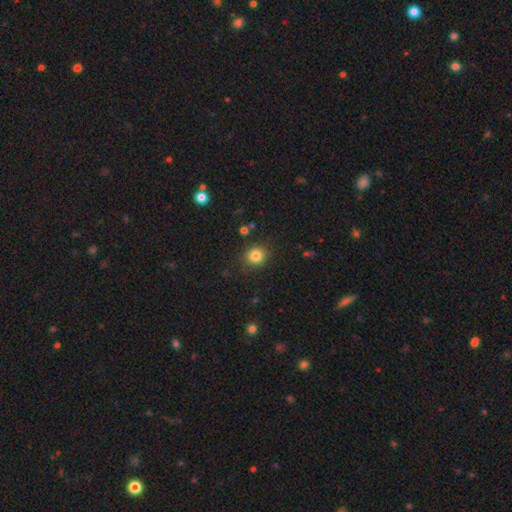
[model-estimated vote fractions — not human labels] Overall: smooth (83%). How rounded: round (84%). Merging: none (87%).